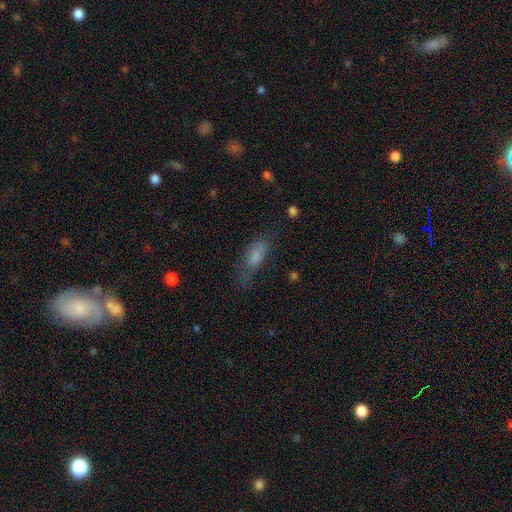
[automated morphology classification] smooth_or_featured: smooth (p=0.65) [alt: featured or disk p=0.21]
how_rounded: in between (p=0.68) [alt: cigar-shaped p=0.28]
merging: none (p=0.47) [alt: minor disturbance p=0.28]